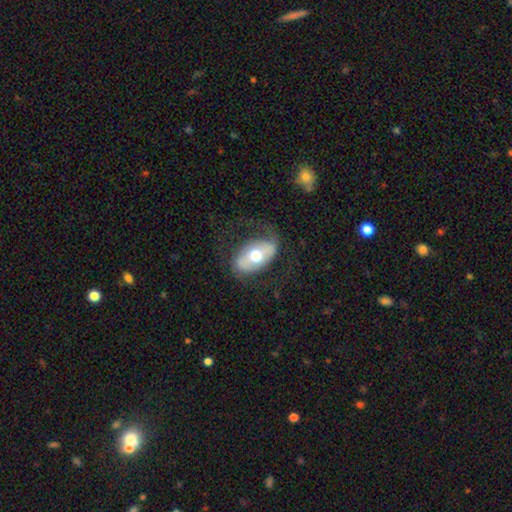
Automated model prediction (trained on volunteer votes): Smooth or featured? featured or disk (49%)
Merging? none (63%)